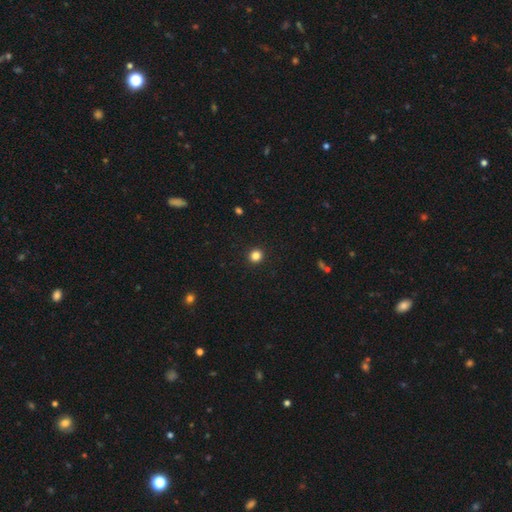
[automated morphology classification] smooth-or-featured: smooth: 85% | star or artifact: 12% | featured or disk: 4%
  how-rounded: round: 91% | in between: 8% | cigar-shaped: 1%
  merging: none: 93% | minor disturbance: 4% | major disturbance: 2% | merger: 1%